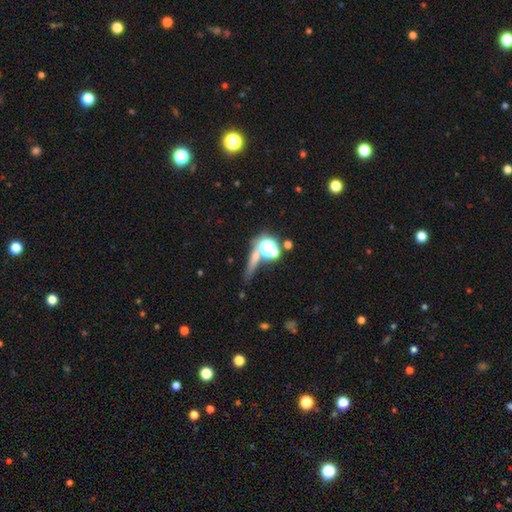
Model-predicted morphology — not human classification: The model was most divided on "smooth or featured": star or artifact: 45%, smooth: 35%, featured or disk: 20%.